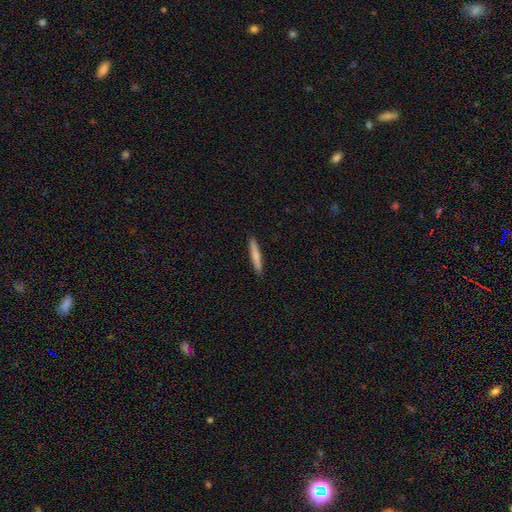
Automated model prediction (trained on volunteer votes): This appears to be a smooth galaxy with no disk features (73%) that is cigar-shaped (95%). Merging: none (92%).